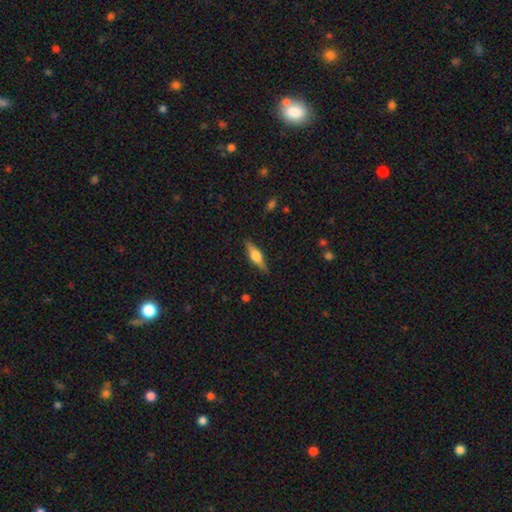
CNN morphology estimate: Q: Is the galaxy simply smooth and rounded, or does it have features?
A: featured or disk — 57%.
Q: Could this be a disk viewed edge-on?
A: yes — 95%.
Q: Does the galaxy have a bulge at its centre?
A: rounded — 88%.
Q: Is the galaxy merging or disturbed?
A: none — 87%.